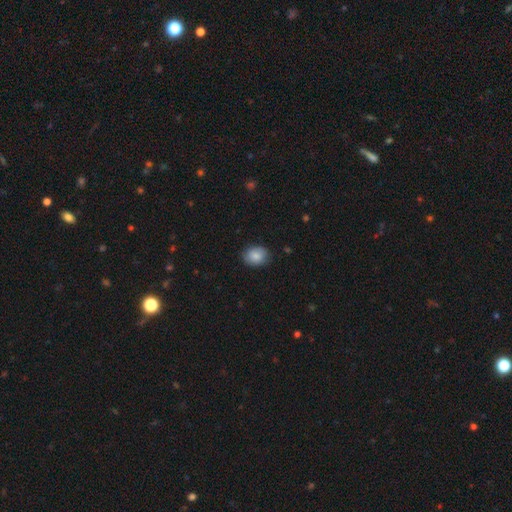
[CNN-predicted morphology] smooth_or_featured: smooth (p=0.86) [alt: star or artifact p=0.07]
how_rounded: in between (p=0.58) [alt: round p=0.41]
merging: none (p=0.85) [alt: minor disturbance p=0.12]